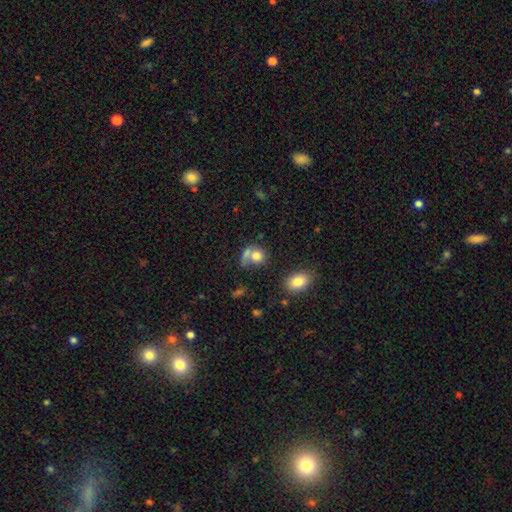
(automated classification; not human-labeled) This is likely a smooth galaxy (74%). How rounded: likely round (71%). Merging: marginally none (39%).